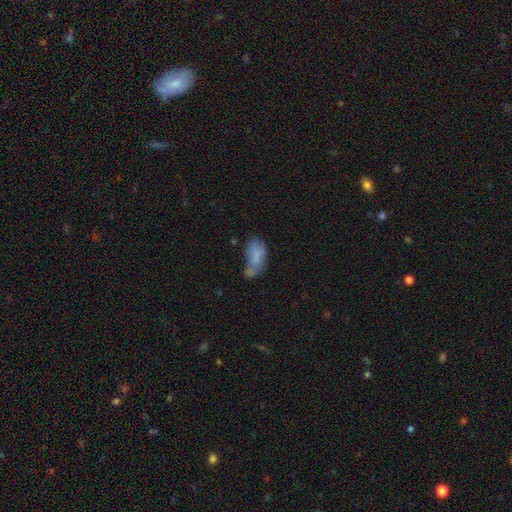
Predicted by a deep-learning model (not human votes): This is likely a smooth galaxy (71%). How rounded: clearly in between (91%). Merging: marginally minor disturbance (32%).